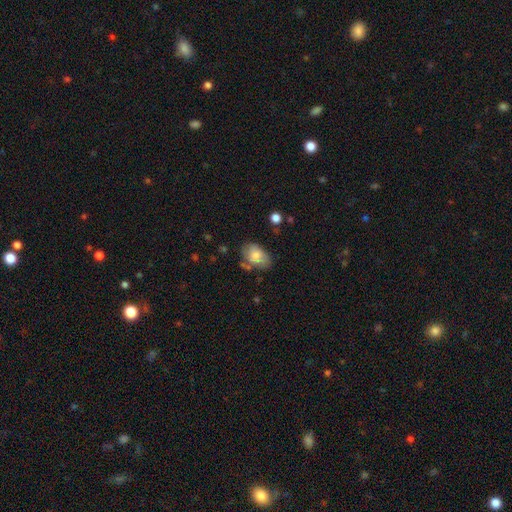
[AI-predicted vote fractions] Overall: smooth (74%). How rounded: in between (87%). Merging: none (54%; minor disturbance 28%).